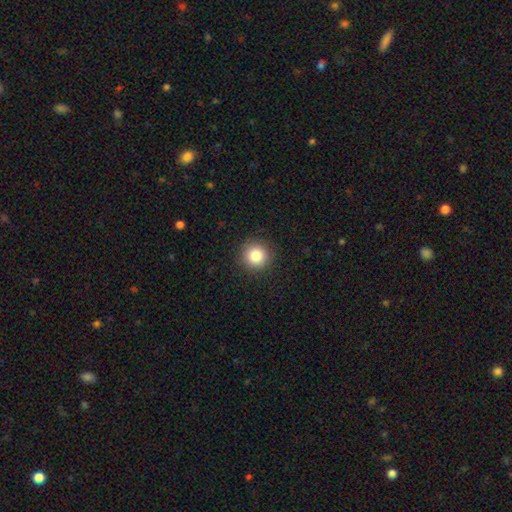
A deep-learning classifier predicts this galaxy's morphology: Smooth or featured: smooth — 85% (star or artifact — 10%)
How rounded: round — 95% (in between — 4%)
Merging: none — 91% (minor disturbance — 6%)